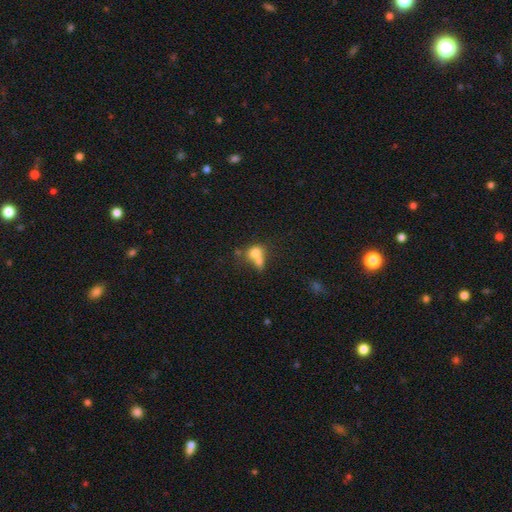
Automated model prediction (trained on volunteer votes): The model was most divided on "how rounded": round: 60%, in between: 38%, cigar-shaped: 2%. More confident: smooth or featured — smooth (73%); merging — merger (58%).